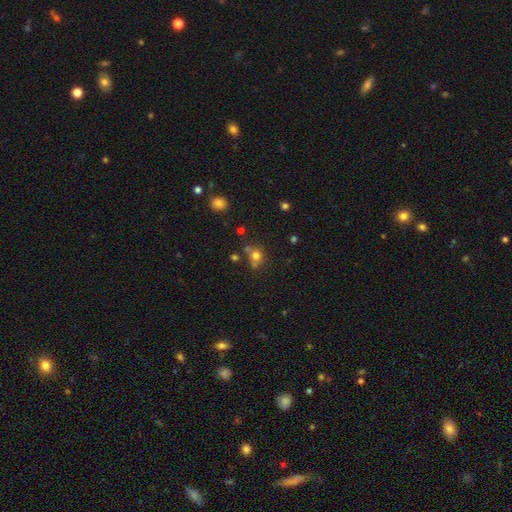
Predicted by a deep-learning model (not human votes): Smooth or featured? Predicted: smooth (p=0.72). How rounded? Predicted: round (p=0.78). Merging? Predicted: none (p=0.53).